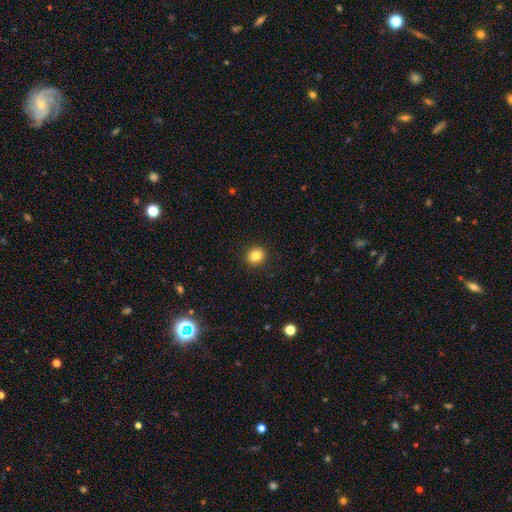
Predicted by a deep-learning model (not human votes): Morphology: type=smooth (84%); roundness=round (79%); merging=none (91%).